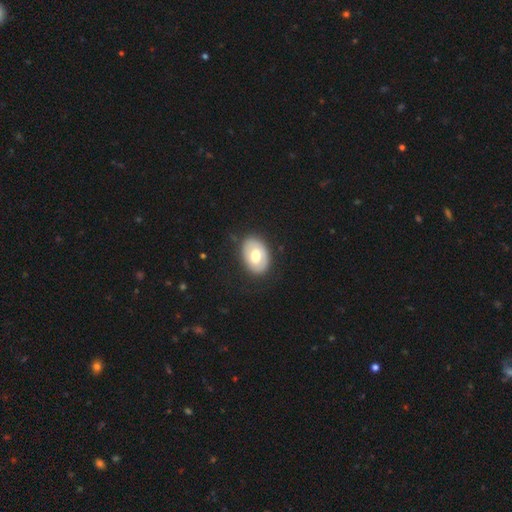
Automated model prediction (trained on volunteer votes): Smooth or featured?
  - smooth: 59% *
  - featured or disk: 35%
  - star or artifact: 6%
How rounded?
  - in between: 80% *
  - round: 19%
  - cigar-shaped: 1%
Merging?
  - none: 82% *
  - minor disturbance: 12%
  - major disturbance: 4%
  - merger: 1%